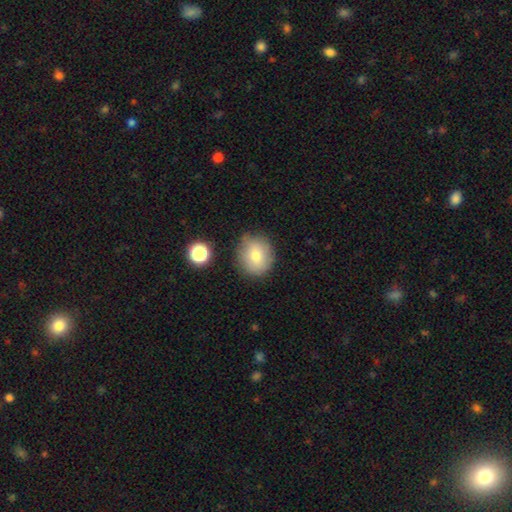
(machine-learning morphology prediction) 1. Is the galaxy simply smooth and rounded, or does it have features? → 74% smooth, 15% featured or disk, 11% star or artifact.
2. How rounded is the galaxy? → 78% round, 21% in between, 1% cigar-shaped.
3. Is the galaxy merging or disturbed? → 75% none, 18% minor disturbance, 4% major disturbance, 3% merger.